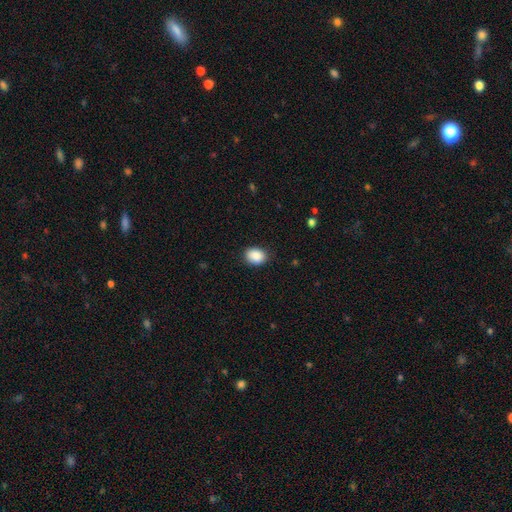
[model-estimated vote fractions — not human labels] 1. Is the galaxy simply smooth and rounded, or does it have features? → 89% smooth, 8% star or artifact, 3% featured or disk.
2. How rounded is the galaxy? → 64% in between, 35% round, 1% cigar-shaped.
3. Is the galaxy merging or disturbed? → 86% none, 10% minor disturbance, 2% major disturbance, 1% merger.